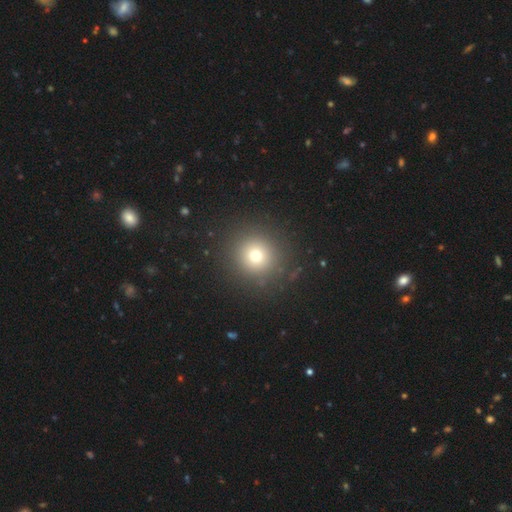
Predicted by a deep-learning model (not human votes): smooth 71%, star or artifact 18%, featured or disk 11%. Down the decision tree: how rounded — round (94%); merging — none (89%).